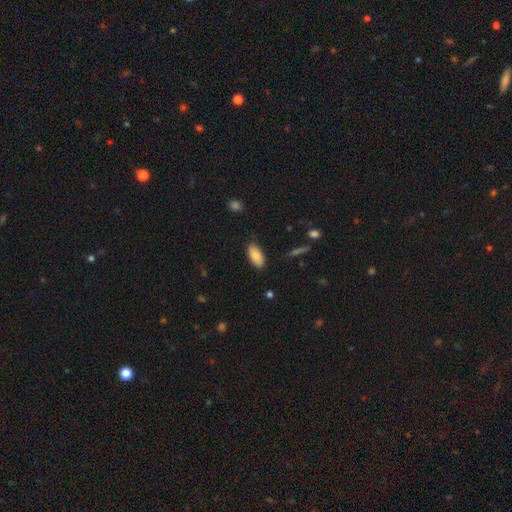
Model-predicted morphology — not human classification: smooth_or_featured: smooth (p=0.85) [alt: featured or disk p=0.09]
how_rounded: in between (p=0.90) [alt: cigar-shaped p=0.08]
merging: none (p=0.84) [alt: minor disturbance p=0.12]